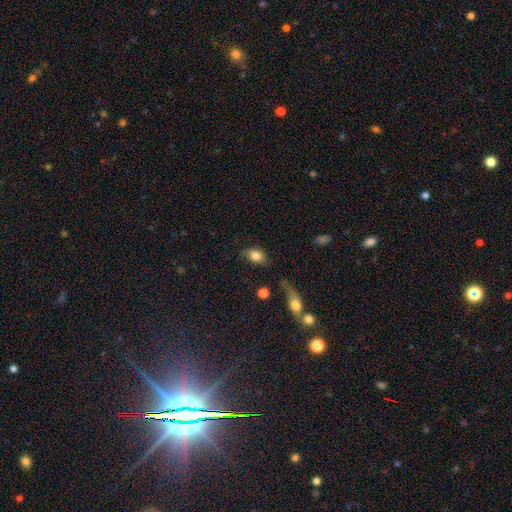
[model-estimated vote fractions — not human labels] Morphology: type=smooth (79%); roundness=in between (77%); merging=none (54%).